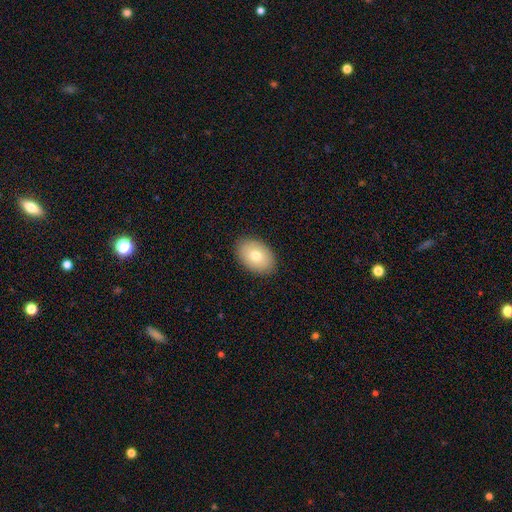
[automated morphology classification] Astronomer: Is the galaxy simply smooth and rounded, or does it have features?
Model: smooth — 77%.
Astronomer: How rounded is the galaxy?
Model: in between — 87%.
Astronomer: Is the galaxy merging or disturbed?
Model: none — 88%.